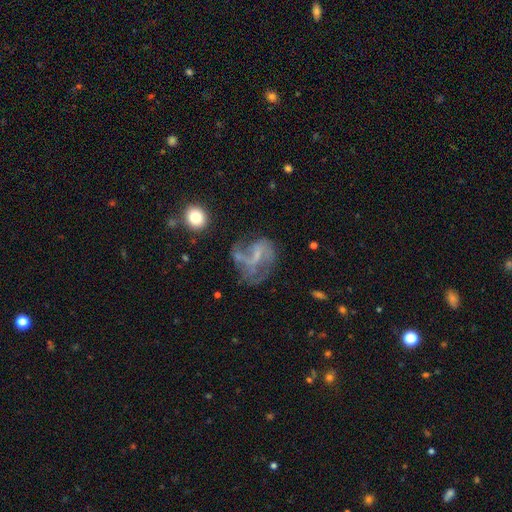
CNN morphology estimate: type=featured or disk (70%); edge-on=no (98%); bar=weak (43%); spiral arms=yes (70%); bulge=small (43%); merging=none (36%, tied with major disturbance).